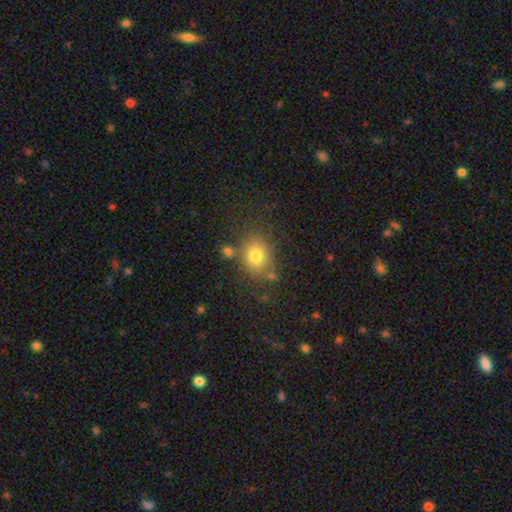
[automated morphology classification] Overall: smooth (76%). How rounded: round (63%; in between 36%). Merging: none (72%).